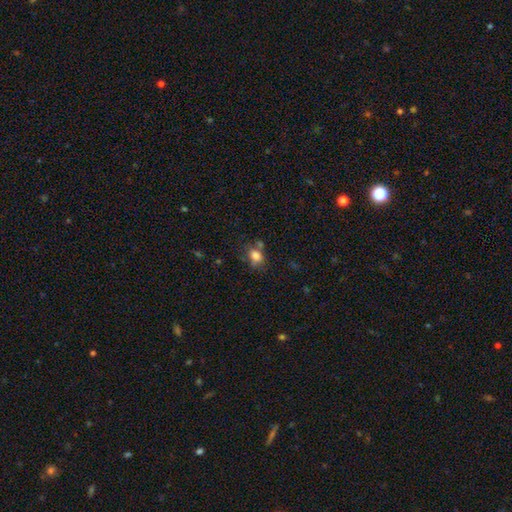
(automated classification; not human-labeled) Q: Smooth or featured?
A: smooth (78%); runner-up: star or artifact (11%)
Q: How rounded?
A: in between (68%); runner-up: round (31%)
Q: Merging?
A: none (53%); runner-up: minor disturbance (21%)